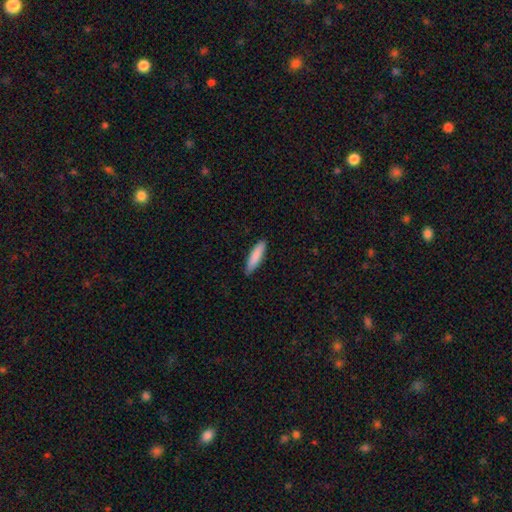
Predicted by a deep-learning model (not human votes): This appears to be a smooth galaxy with no disk features (86%) that is cigar-shaped (76%). Merging: none (87%).